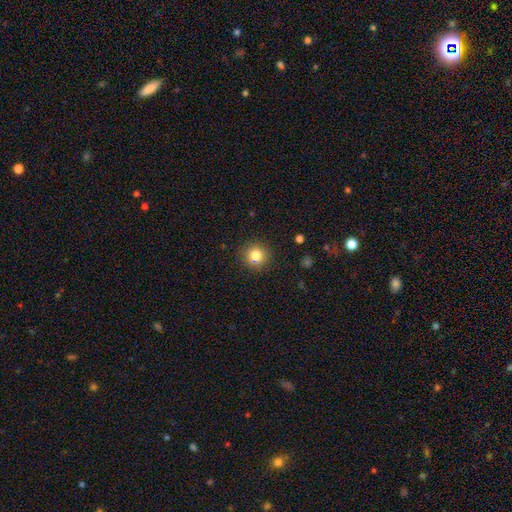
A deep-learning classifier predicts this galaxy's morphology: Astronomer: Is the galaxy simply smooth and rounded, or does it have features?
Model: smooth — 80%.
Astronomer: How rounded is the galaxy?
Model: round — 94%.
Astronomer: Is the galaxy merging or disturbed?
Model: none — 85%.